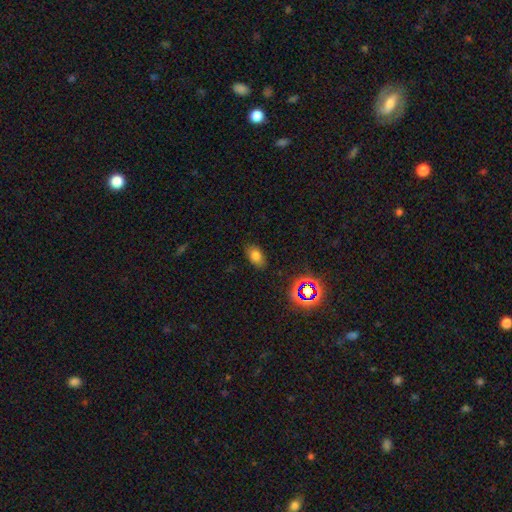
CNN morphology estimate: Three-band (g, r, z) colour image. It shows a smooth galaxy with no disk features (73%) that is in between round and cigar-shaped (87%). Merging: none (84%).